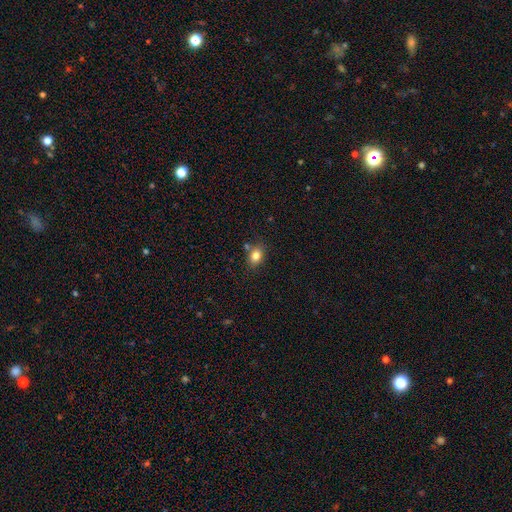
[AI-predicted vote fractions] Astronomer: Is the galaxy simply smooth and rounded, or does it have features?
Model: smooth — 82%.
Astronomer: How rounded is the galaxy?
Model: in between — 61% (runner-up: round, 38%).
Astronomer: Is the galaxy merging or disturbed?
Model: none — 74%.